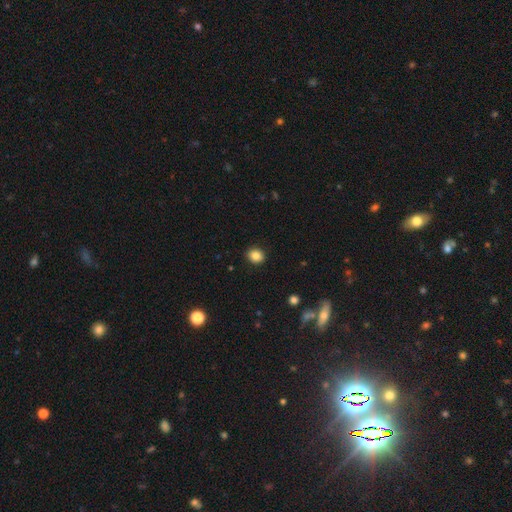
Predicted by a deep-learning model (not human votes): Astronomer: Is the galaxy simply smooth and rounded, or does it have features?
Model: smooth — 85%.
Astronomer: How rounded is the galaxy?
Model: round — 69%.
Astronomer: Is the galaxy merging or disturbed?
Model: none — 91%.